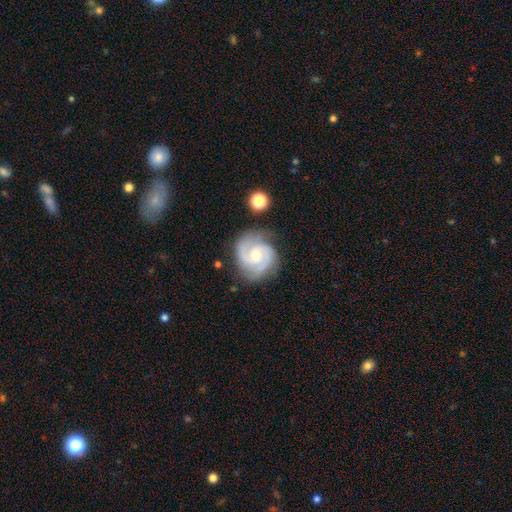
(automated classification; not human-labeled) Overall: featured or disk (89%). Edge-on disk: no (98%). Bar: no (58%; weak 36%). Spiral arms: yes (98%). Spiral arm count: 2 (52%; 3 34%). Spiral winding: tight (49%; medium 45%). Bulge size: small (52%; moderate 44%). Merging: none (75%).